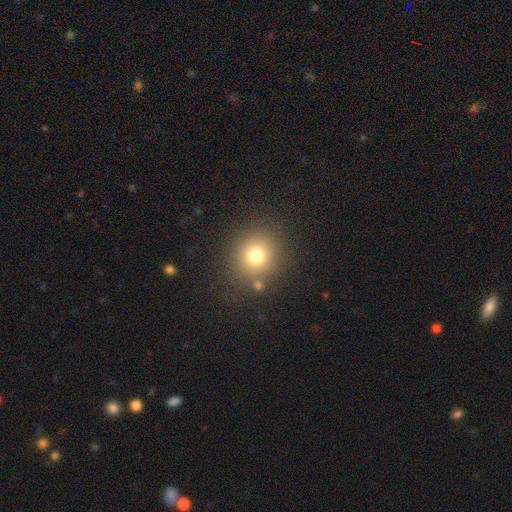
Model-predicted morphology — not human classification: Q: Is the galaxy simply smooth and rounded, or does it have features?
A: smooth — 75%.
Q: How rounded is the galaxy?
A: round — 88%.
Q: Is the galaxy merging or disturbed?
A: none — 81%.